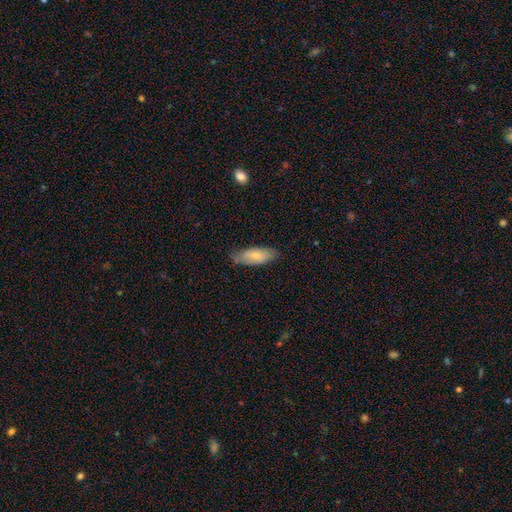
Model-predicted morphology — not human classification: A smooth galaxy with no disk features (72%) that is in between round and cigar-shaped (77%). Merging: none (74%).